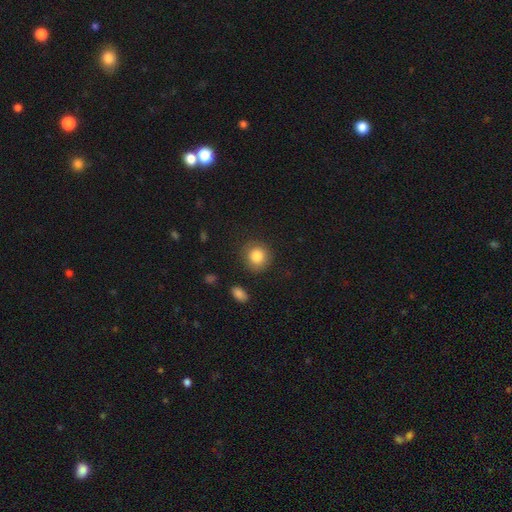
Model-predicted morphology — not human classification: The model was most divided on "merging": none: 85%, minor disturbance: 10%, major disturbance: 3%, merger: 2%. More confident: how rounded — round (89%); smooth or featured — smooth (84%).